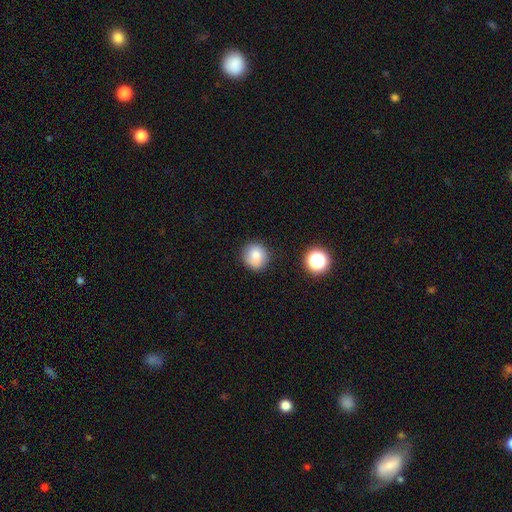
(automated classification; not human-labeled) Morphology: type=smooth (83%); roundness=round (88%); merging=none (83%).